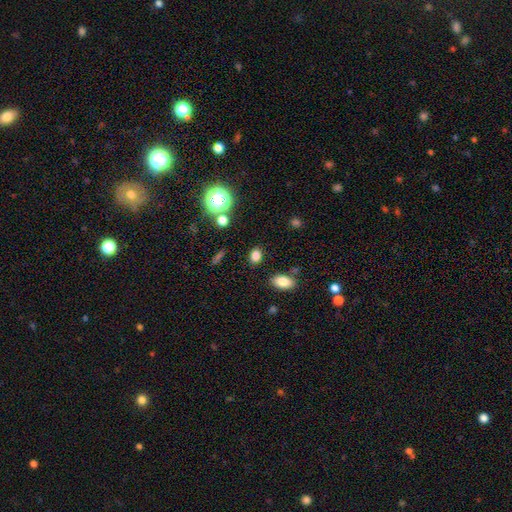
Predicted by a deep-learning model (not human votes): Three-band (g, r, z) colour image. It shows a smooth galaxy with no disk features (80%) that is in between round and cigar-shaped (66%). Merging: none (84%).